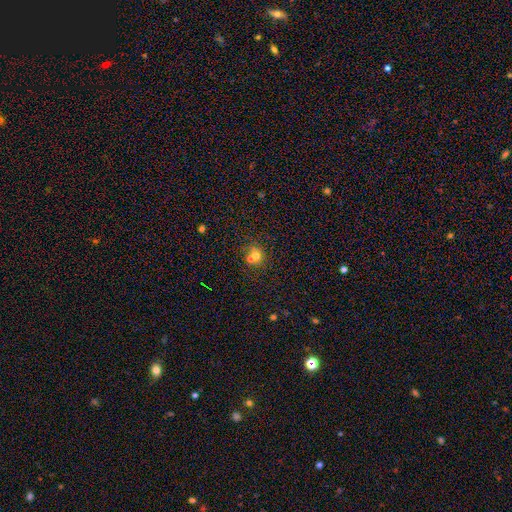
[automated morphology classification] Smooth or featured: smooth — 63% (star or artifact — 21%)
How rounded: round — 81% (in between — 18%)
Merging: none — 48% (merger — 41%)